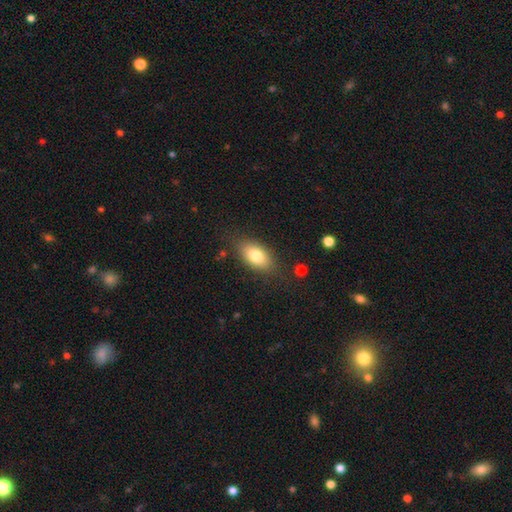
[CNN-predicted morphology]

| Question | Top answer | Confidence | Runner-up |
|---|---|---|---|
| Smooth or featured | smooth | 79% | featured or disk (13%) |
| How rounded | in between | 89% | round (7%) |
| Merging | none | 79% | minor disturbance (15%) |